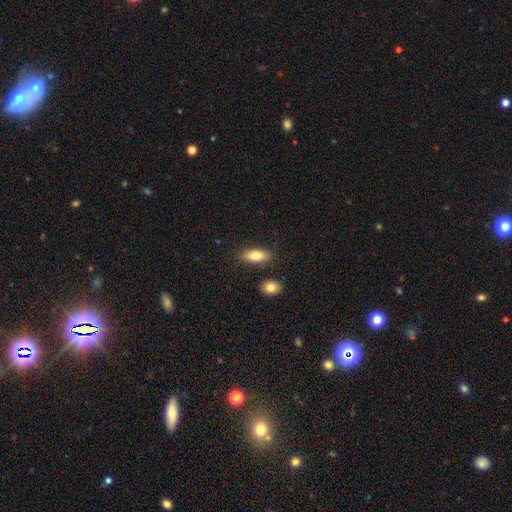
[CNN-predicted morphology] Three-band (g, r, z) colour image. It shows a smooth galaxy with no disk features (80%) that is in between round and cigar-shaped (80%). Merging: none (81%).